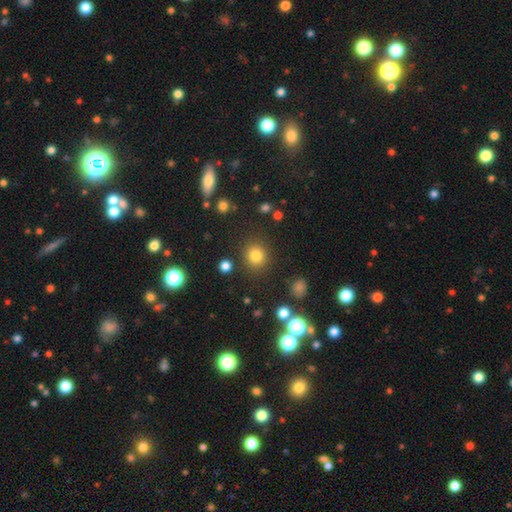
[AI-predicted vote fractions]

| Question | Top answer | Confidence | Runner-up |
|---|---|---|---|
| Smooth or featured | smooth | 81% | star or artifact (14%) |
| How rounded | round | 88% | in between (11%) |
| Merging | none | 87% | minor disturbance (7%) |